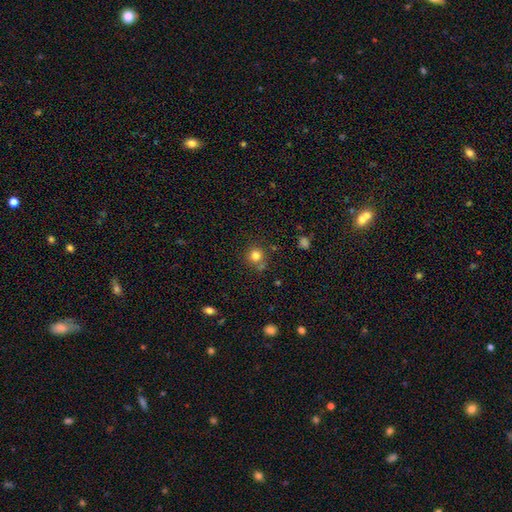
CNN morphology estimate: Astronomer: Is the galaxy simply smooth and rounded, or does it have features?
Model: smooth — 81%.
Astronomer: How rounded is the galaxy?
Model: round — 92%.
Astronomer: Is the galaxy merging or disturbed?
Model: none — 76%.